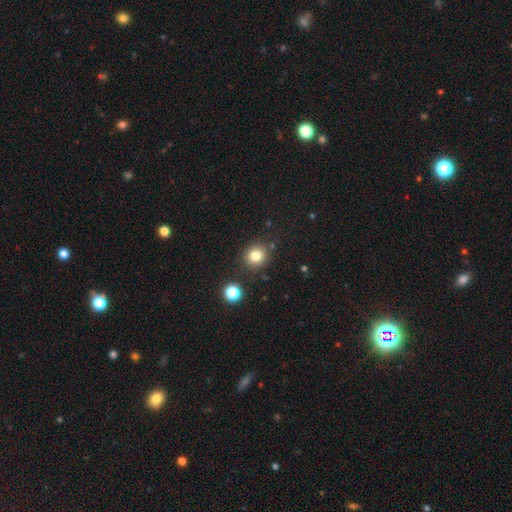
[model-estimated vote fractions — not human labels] smooth-or-featured: smooth: 81% | star or artifact: 13% | featured or disk: 7%
  how-rounded: round: 85% | in between: 14% | cigar-shaped: 1%
  merging: none: 83% | minor disturbance: 9% | merger: 5% | major disturbance: 3%